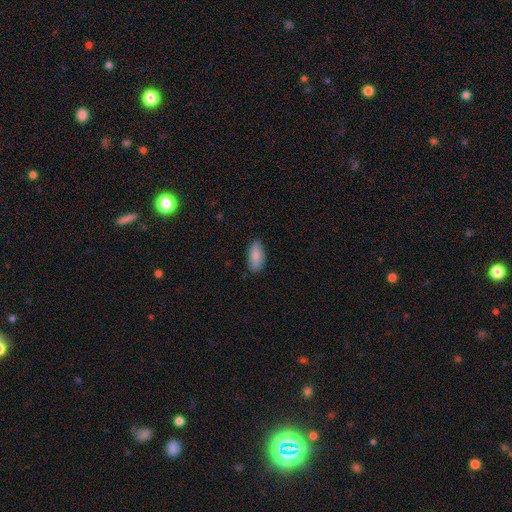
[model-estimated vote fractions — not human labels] A smooth galaxy with no disk features (83%) that is in between round and cigar-shaped (89%).

Vote fractions:
- Smooth or featured? smooth: 83% / featured or disk: 11% / star or artifact: 6%
- How rounded? in between: 89% / cigar-shaped: 9% / round: 2%
- Merging? none: 80% / minor disturbance: 16% / major disturbance: 3% / merger: 1%